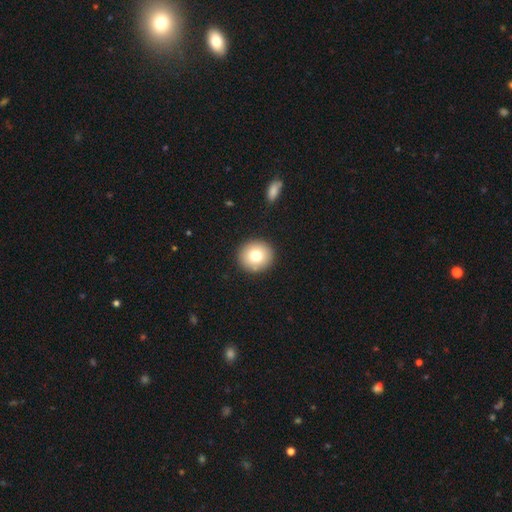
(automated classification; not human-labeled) This is likely a smooth galaxy (76%). How rounded: clearly round (89%). Merging: clearly none (91%).